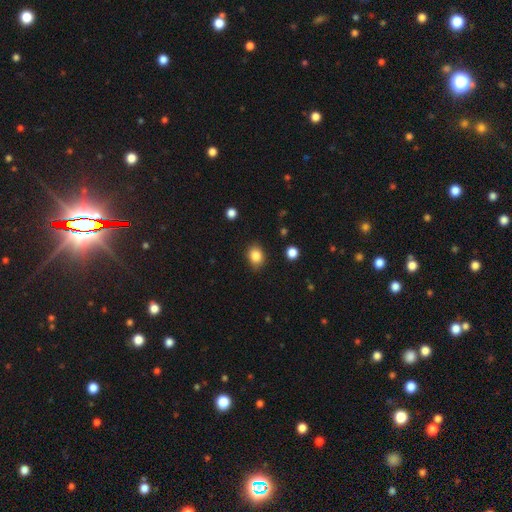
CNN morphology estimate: type=smooth (85%); roundness=in between (51%); merging=none (84%).